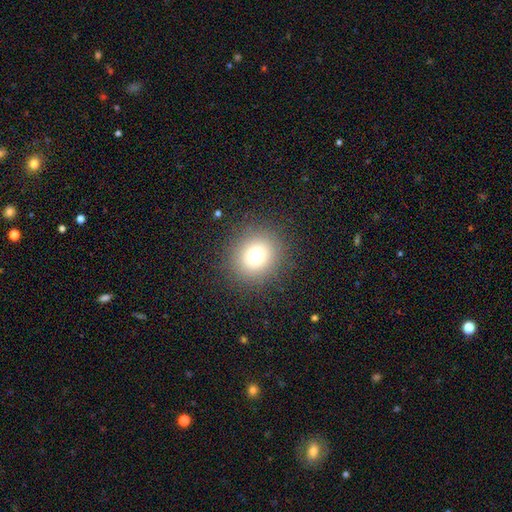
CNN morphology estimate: smooth_or_featured: smooth (p=0.72) [alt: star or artifact p=0.18]
how_rounded: round (p=0.88) [alt: in between p=0.11]
merging: none (p=0.88) [alt: minor disturbance p=0.07]